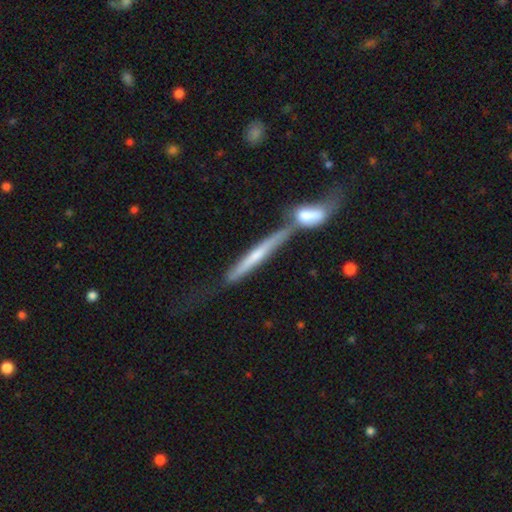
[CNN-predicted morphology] type=featured or disk (71%); edge-on=yes (89%); edge-on bulge=rounded (70%); merging=merger (40%).